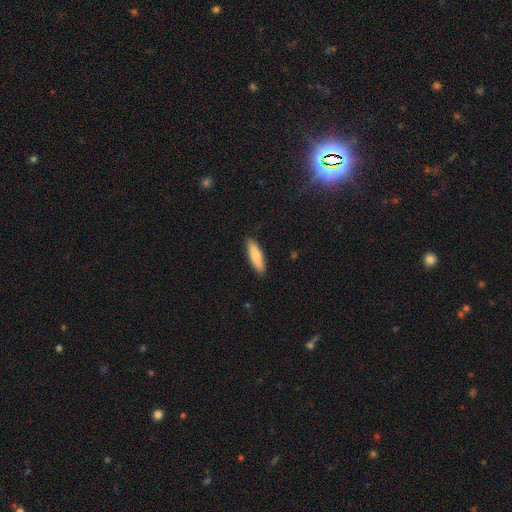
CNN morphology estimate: A smooth galaxy with no disk features (79%) that is cigar-shaped (64%).

Vote fractions:
- Smooth or featured? smooth: 79% / featured or disk: 15% / star or artifact: 5%
- How rounded? cigar-shaped: 64% / in between: 34% / round: 2%
- Merging? none: 89% / minor disturbance: 8% / major disturbance: 2% / merger: 1%